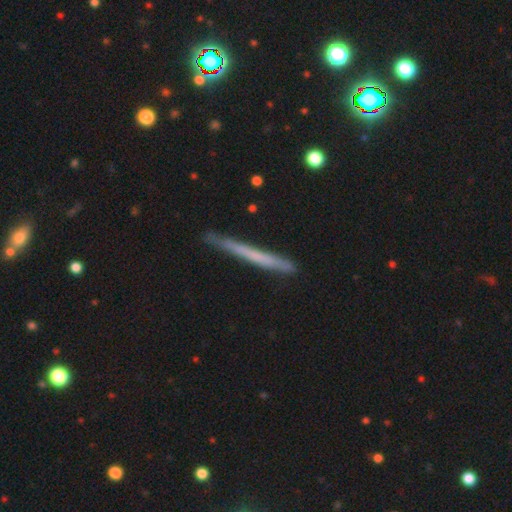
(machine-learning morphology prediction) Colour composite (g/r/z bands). It shows a smooth galaxy with no disk features (48%). Merging: none (82%).